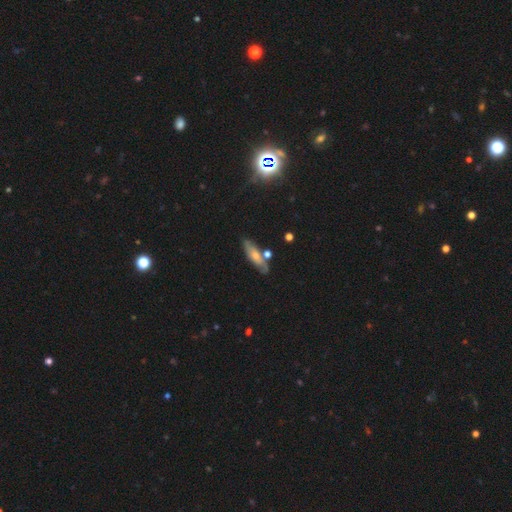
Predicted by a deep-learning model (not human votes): Smooth or featured: smooth — 49% (featured or disk — 43%)
Merging: none — 70% (minor disturbance — 16%)